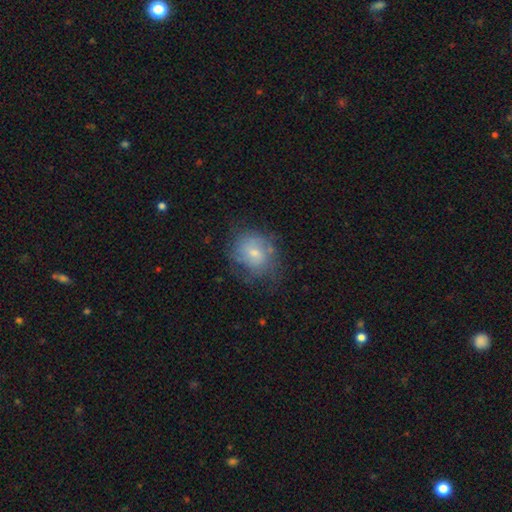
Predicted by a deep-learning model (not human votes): Q: Smooth or featured?
A: smooth (44%); tied with: featured or disk (44%)
Q: Merging?
A: none (65%); runner-up: minor disturbance (22%)